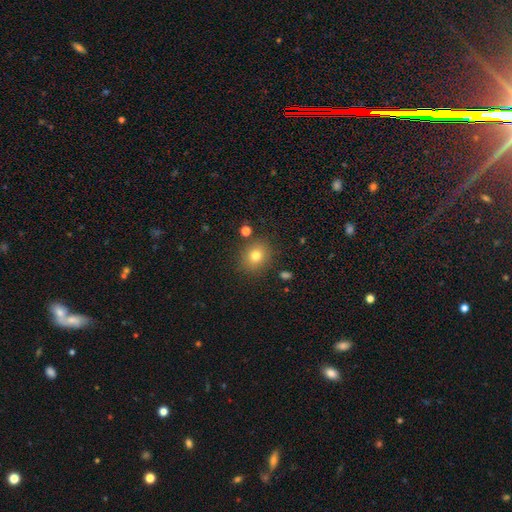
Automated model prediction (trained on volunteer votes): Q: Smooth or featured?
A: smooth (77%); runner-up: star or artifact (13%)
Q: How rounded?
A: round (79%); runner-up: in between (20%)
Q: Merging?
A: none (84%); runner-up: minor disturbance (9%)